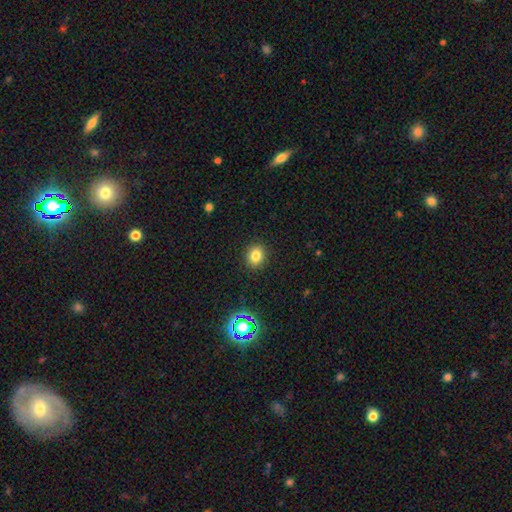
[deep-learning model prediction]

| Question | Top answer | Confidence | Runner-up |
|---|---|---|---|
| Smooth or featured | smooth | 81% | star or artifact (13%) |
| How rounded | round | 70% | in between (29%) |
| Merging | none | 90% | minor disturbance (7%) |